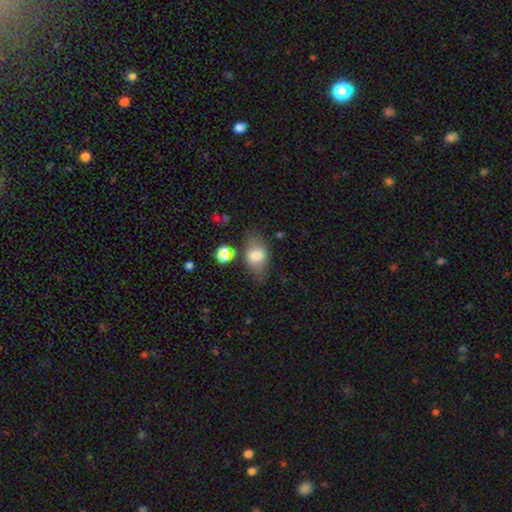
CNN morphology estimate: smooth_or_featured: smooth (p=0.75) [alt: featured or disk p=0.17]
how_rounded: in between (p=0.83) [alt: round p=0.15]
merging: none (p=0.67) [alt: minor disturbance p=0.20]